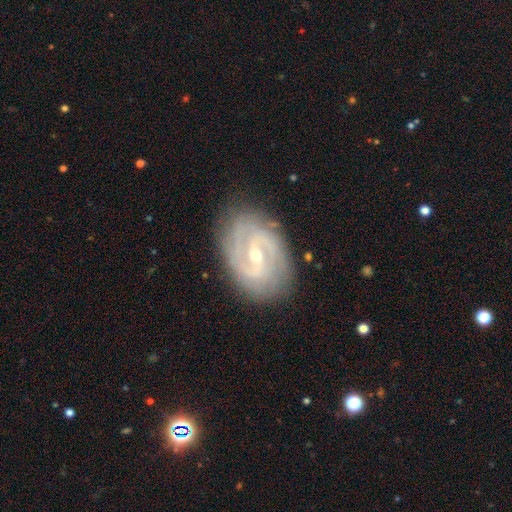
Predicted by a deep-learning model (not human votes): Smooth or featured: featured or disk — 88% (smooth — 7%)
Edge-on disk: no — 96% (yes — 4%)
Bar: weak — 52% (strong — 27%)
Spiral arms: yes — 96% (no — 4%)
Spiral winding: tight — 52% (medium — 39%)
Spiral arm count: 2 — 68% (can't tell — 12%)
Bulge size: small — 59% (moderate — 38%)
Merging: none — 82% (minor disturbance — 13%)